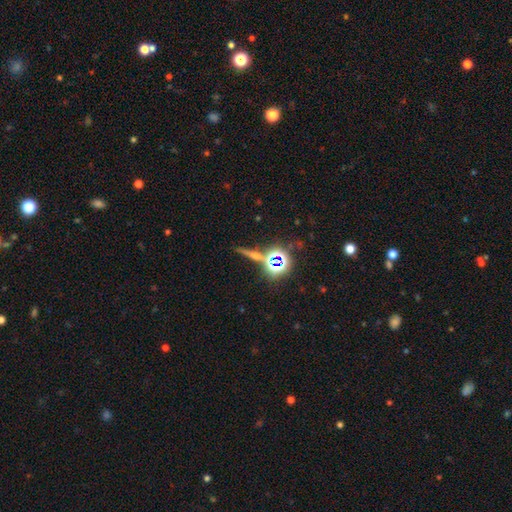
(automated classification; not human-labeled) This appears to be a star or artifact, not a galaxy (43%).